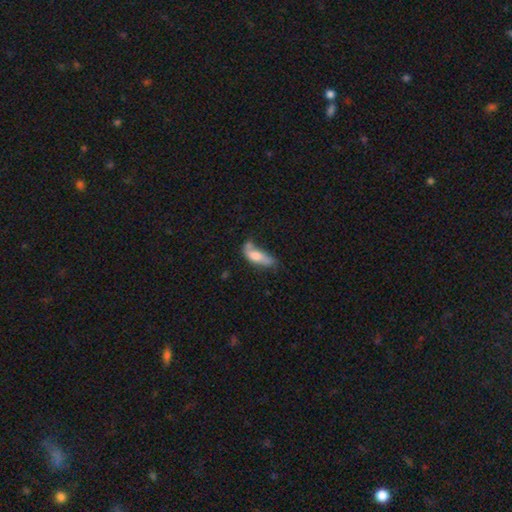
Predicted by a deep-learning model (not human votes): This is likely a smooth galaxy (61%). How rounded: likely in between (65%). Merging: marginally none (33%).